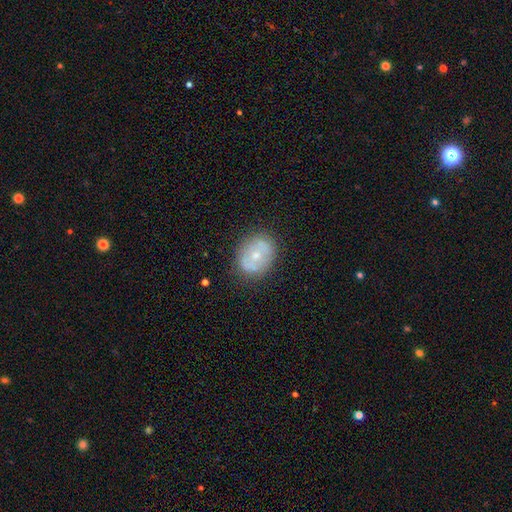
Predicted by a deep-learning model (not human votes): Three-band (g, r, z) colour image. It shows a featured or disk galaxy (53%) with no bar (67%), no spiral arms (72%) and a moderate central bulge (54%). Merging: none (80%).